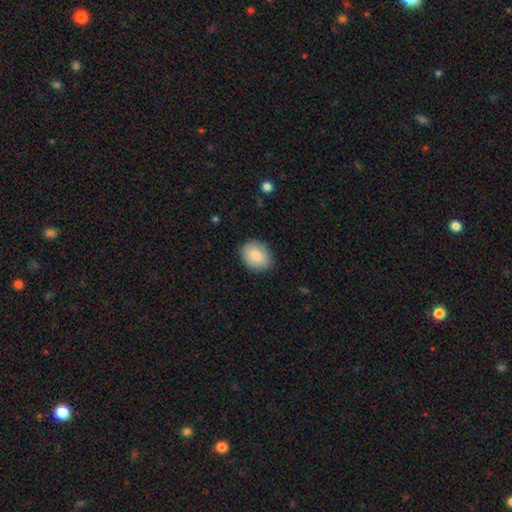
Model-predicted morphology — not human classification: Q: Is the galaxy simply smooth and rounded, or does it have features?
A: smooth — 86%.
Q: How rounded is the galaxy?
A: in between — 65%.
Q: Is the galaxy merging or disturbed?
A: none — 84%.